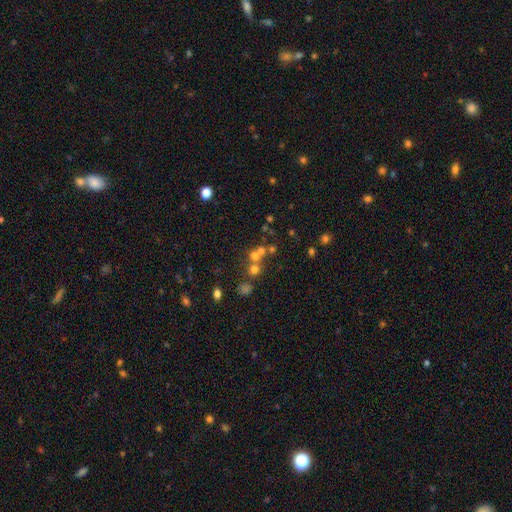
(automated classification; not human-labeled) Q: Smooth or featured?
A: smooth (51%); runner-up: star or artifact (30%)
Q: How rounded?
A: round (85%); runner-up: in between (13%)
Q: Merging?
A: none (49%); runner-up: merger (40%)